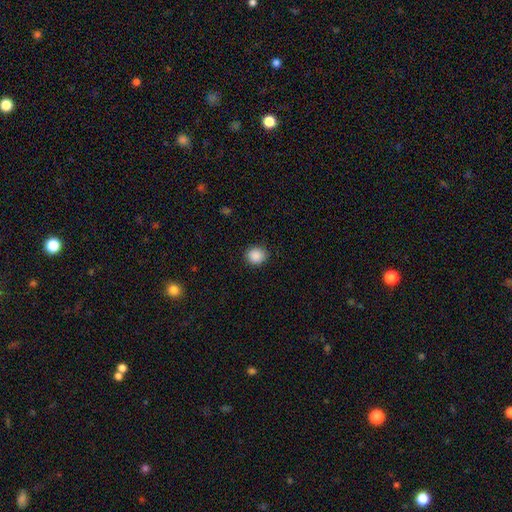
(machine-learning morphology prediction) This is clearly a smooth galaxy (88%). How rounded: clearly round (85%). Merging: clearly none (89%).